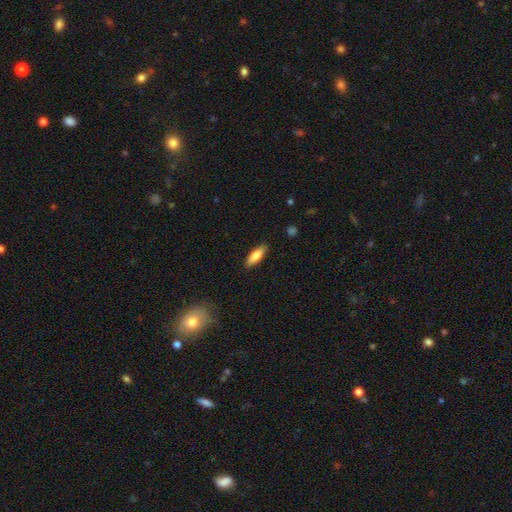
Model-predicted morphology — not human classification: Overall: smooth (73%). How rounded: cigar-shaped (50%; in between 49%). Merging: none (87%).